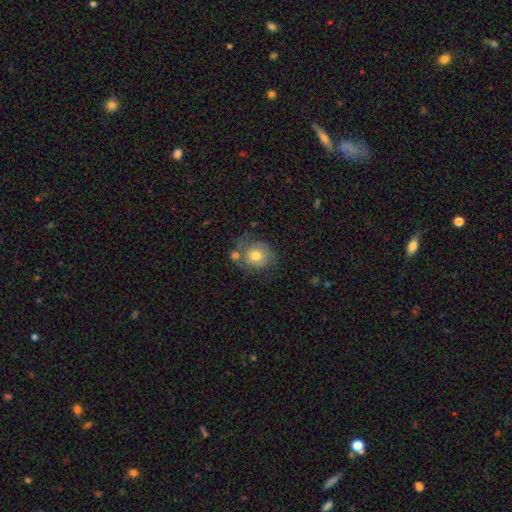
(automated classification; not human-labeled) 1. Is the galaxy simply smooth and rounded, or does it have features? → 56% smooth, 36% featured or disk, 8% star or artifact.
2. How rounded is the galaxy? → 78% round, 21% in between, 1% cigar-shaped.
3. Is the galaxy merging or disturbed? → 43% none, 23% minor disturbance, 19% merger, 15% major disturbance.